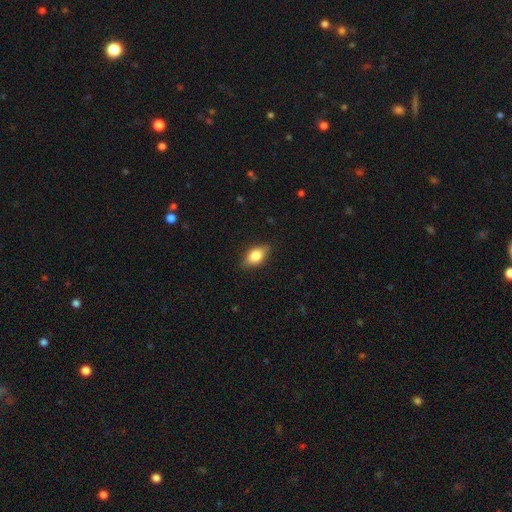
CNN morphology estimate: This is likely a smooth galaxy (76%). How rounded: clearly in between (85%). Merging: likely none (79%).